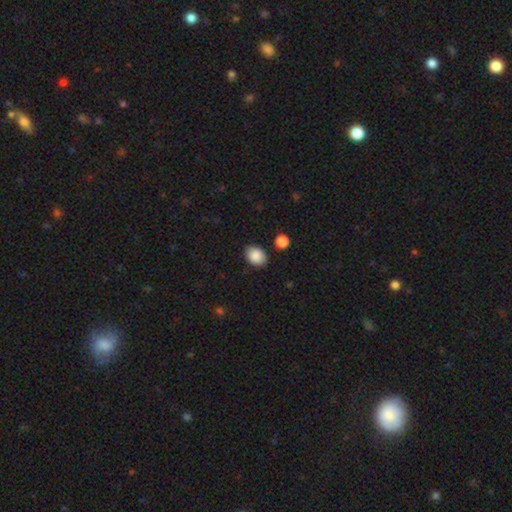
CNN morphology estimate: type=smooth (88%); roundness=in between (69%); merging=none (85%).